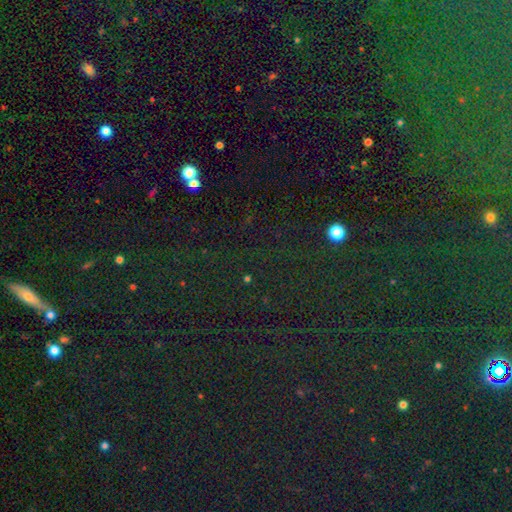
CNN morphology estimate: Overall: star or artifact (83%).